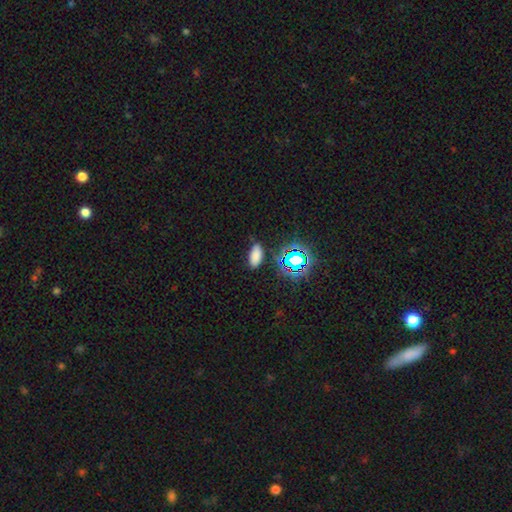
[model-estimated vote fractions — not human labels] The model was most divided on "smooth or featured": smooth: 71%, star or artifact: 23%, featured or disk: 6%. More confident: how rounded — in between (90%); merging — none (78%).